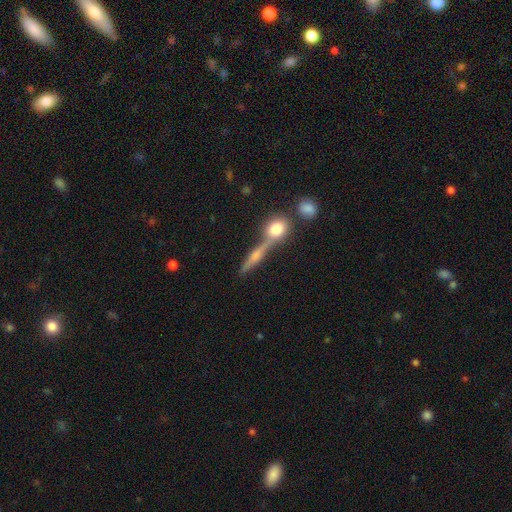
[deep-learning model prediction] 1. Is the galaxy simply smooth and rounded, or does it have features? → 46% featured or disk, 43% smooth, 11% star or artifact.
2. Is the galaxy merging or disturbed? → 57% none, 27% merger, 10% minor disturbance, 5% major disturbance.